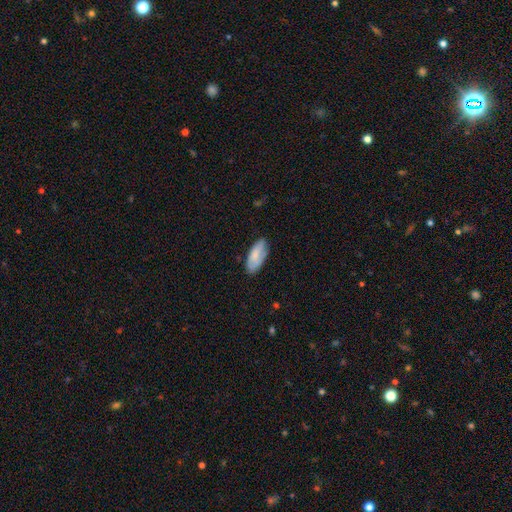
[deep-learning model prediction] smooth-or-featured: smooth: 75% | featured or disk: 19% | star or artifact: 6%
  how-rounded: in between: 86% | cigar-shaped: 13% | round: 2%
  merging: none: 72% | minor disturbance: 22% | major disturbance: 4% | merger: 2%